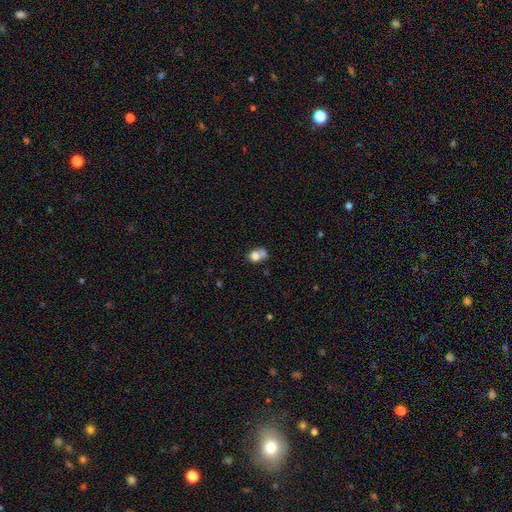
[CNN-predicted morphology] A smooth galaxy with no disk features (72%) that is round (52%). Merging: merger (44%).